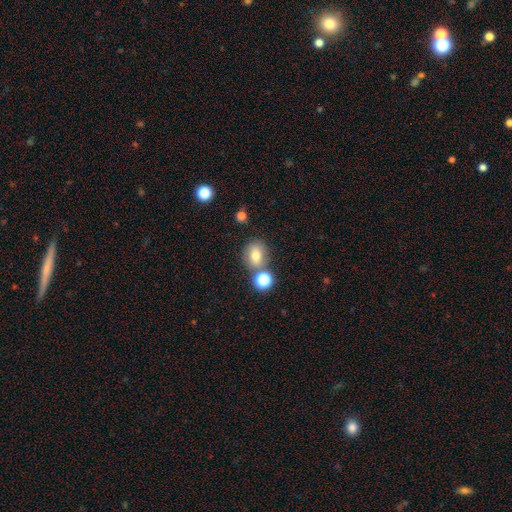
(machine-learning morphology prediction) This appears to be a smooth galaxy with no disk features (74%) that is round (59%). Merging: none (67%).